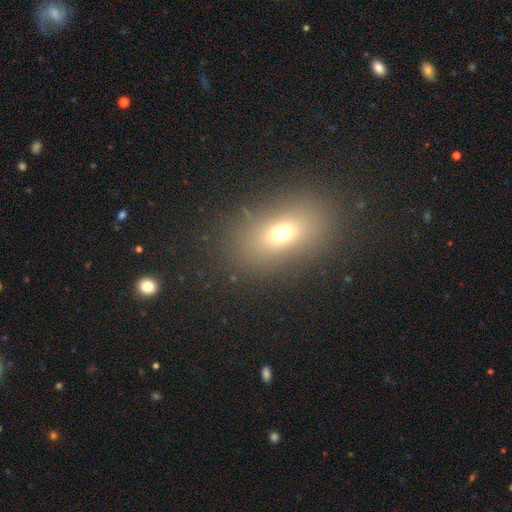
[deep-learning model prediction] This appears to be a smooth galaxy with no disk features (66%) that is in between round and cigar-shaped (77%). Merging: none (86%).